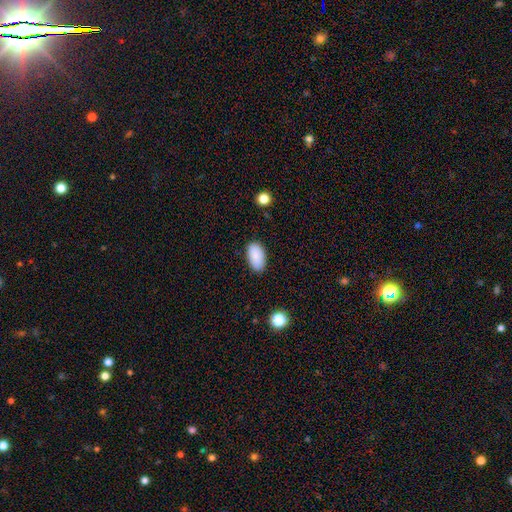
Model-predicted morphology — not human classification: Smooth or featured?
  - smooth: 89% *
  - star or artifact: 7%
  - featured or disk: 4%
How rounded?
  - in between: 95% *
  - round: 3%
  - cigar-shaped: 2%
Merging?
  - none: 86% *
  - minor disturbance: 11%
  - major disturbance: 2%
  - merger: 1%